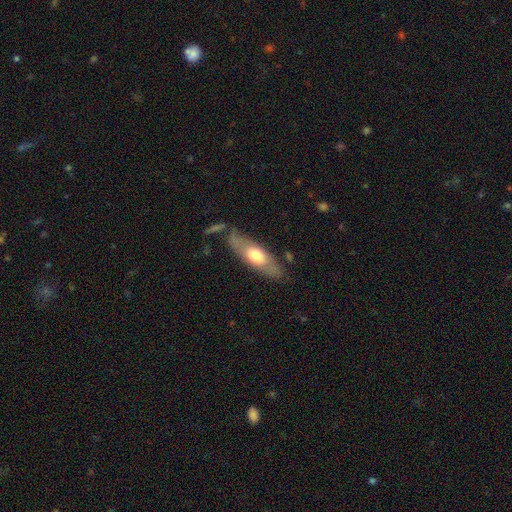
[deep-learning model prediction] A smooth galaxy with no disk features (56%) that is in between round and cigar-shaped (56%).

Vote fractions:
- Smooth or featured? smooth: 56% / featured or disk: 39% / star or artifact: 6%
- How rounded? in between: 56% / cigar-shaped: 41% / round: 3%
- Merging? none: 71% / minor disturbance: 18% / major disturbance: 6% / merger: 5%